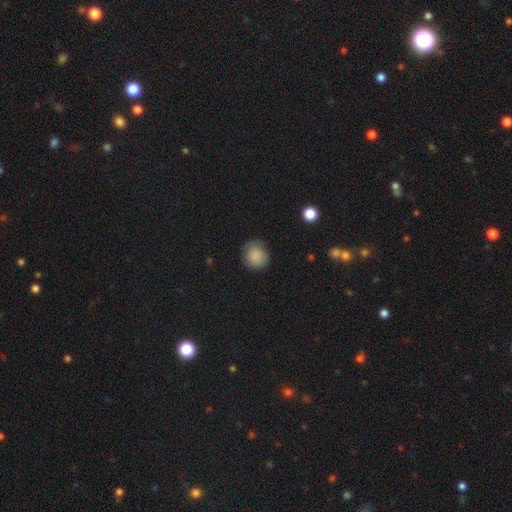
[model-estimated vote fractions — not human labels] smooth-or-featured: smooth: 87% | star or artifact: 8% | featured or disk: 5%
  how-rounded: round: 84% | in between: 16% | cigar-shaped: 1%
  merging: none: 79% | minor disturbance: 16% | major disturbance: 4% | merger: 1%